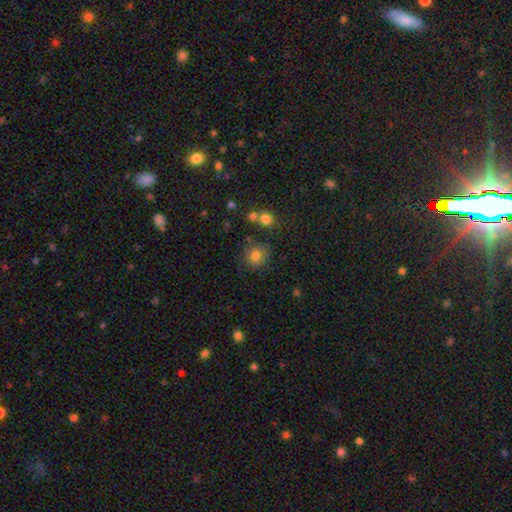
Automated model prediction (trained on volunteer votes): A smooth galaxy with no disk features (79%) that is round (83%).

Vote fractions:
- Smooth or featured? smooth: 79% / star or artifact: 12% / featured or disk: 9%
- How rounded? round: 83% / in between: 16% / cigar-shaped: 1%
- Merging? none: 73% / minor disturbance: 15% / merger: 7% / major disturbance: 5%